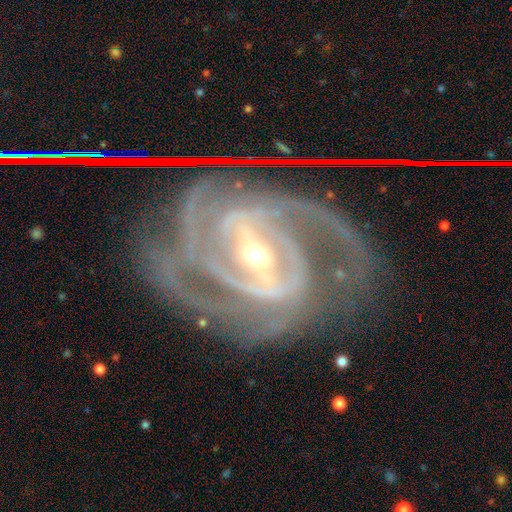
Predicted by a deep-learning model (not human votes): This appears to be a featured or disk galaxy (92%) with a strong bar (68%), 2 (55%) tight (45%) spiral arms (97%) and a small central bulge (59%). Merging: none (59%).